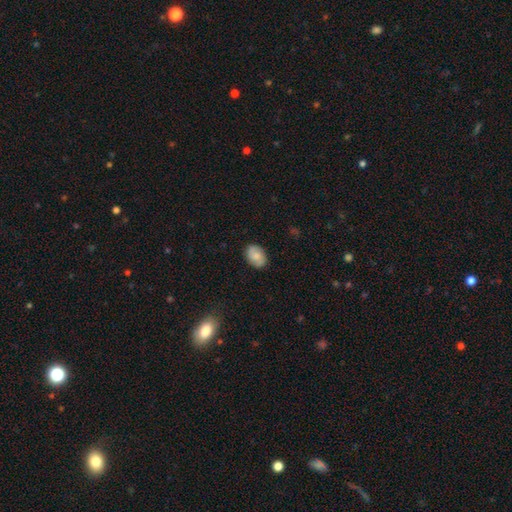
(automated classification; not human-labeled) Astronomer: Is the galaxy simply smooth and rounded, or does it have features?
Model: smooth — 73%.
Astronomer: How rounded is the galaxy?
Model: in between — 79%.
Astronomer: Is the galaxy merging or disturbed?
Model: none — 84%.